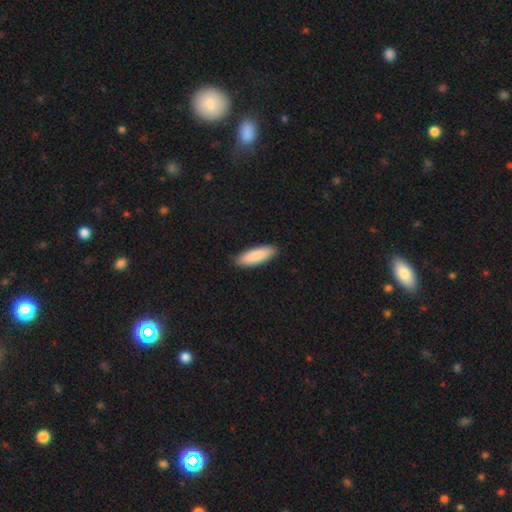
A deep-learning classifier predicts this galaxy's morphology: Q: Smooth or featured?
A: smooth (89%); runner-up: featured or disk (6%)
Q: How rounded?
A: cigar-shaped (52%); runner-up: in between (47%)
Q: Merging?
A: none (89%); runner-up: minor disturbance (8%)